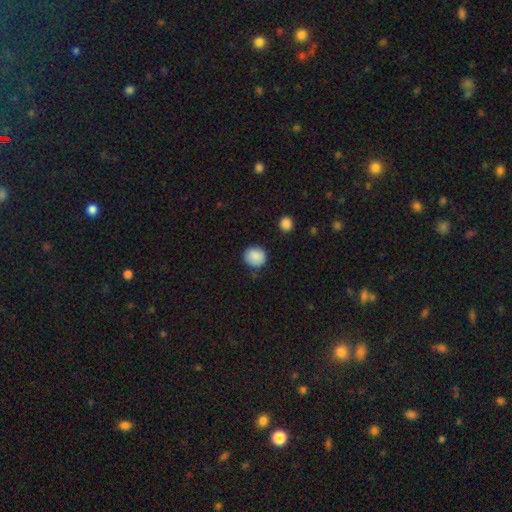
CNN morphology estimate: Q: Smooth or featured?
A: smooth (88%); runner-up: star or artifact (8%)
Q: How rounded?
A: round (87%); runner-up: in between (12%)
Q: Merging?
A: none (84%); runner-up: minor disturbance (11%)